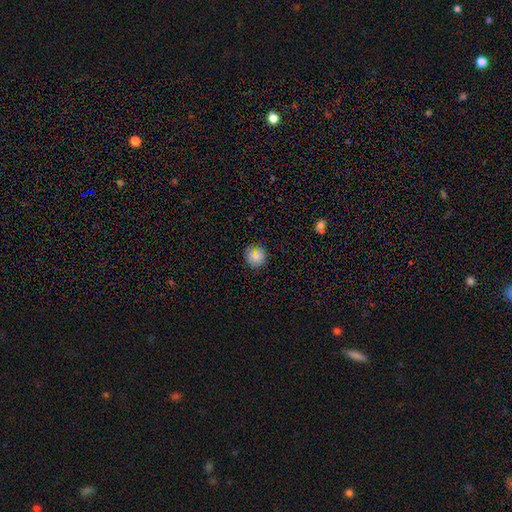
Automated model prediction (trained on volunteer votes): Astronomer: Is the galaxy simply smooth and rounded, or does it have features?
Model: smooth — 76%.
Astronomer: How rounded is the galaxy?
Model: round — 90%.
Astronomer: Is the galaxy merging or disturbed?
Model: none — 86%.